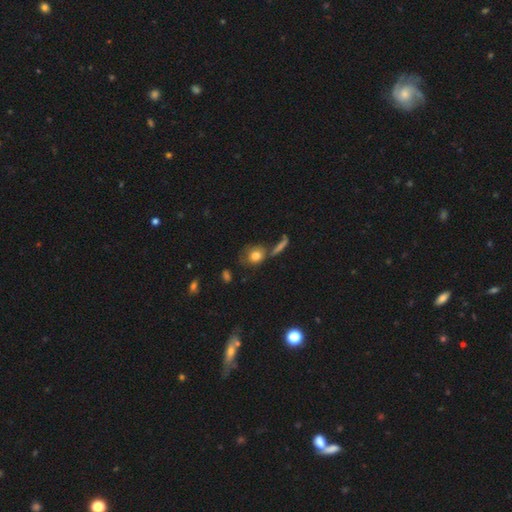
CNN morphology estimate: smooth_or_featured: smooth (p=0.75) [alt: featured or disk p=0.15]
how_rounded: round (p=0.59) [alt: in between p=0.38]
merging: none (p=0.52) [alt: minor disturbance p=0.19]